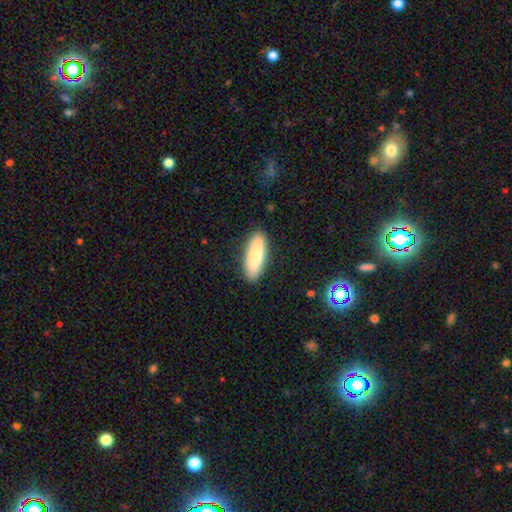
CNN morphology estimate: Q: Smooth or featured?
A: smooth (82%); runner-up: featured or disk (12%)
Q: How rounded?
A: in between (52%); runner-up: cigar-shaped (46%)
Q: Merging?
A: none (89%); runner-up: minor disturbance (8%)